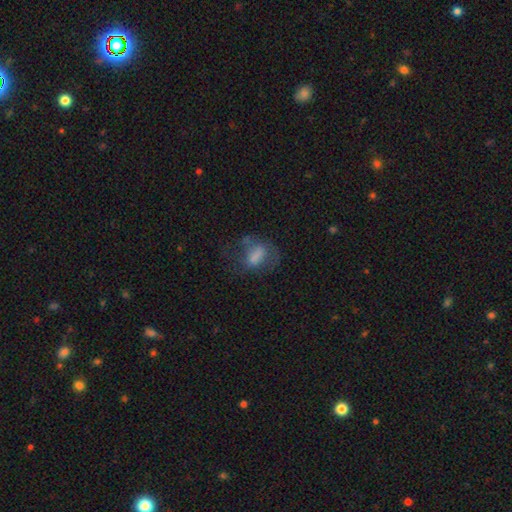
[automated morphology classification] A smooth galaxy with no disk features (52%) that is in between round and cigar-shaped (75%).

Vote fractions:
- Smooth or featured? smooth: 52% / featured or disk: 34% / star or artifact: 14%
- How rounded? in between: 75% / round: 19% / cigar-shaped: 6%
- Merging? none: 40% / major disturbance: 33% / minor disturbance: 22% / merger: 5%